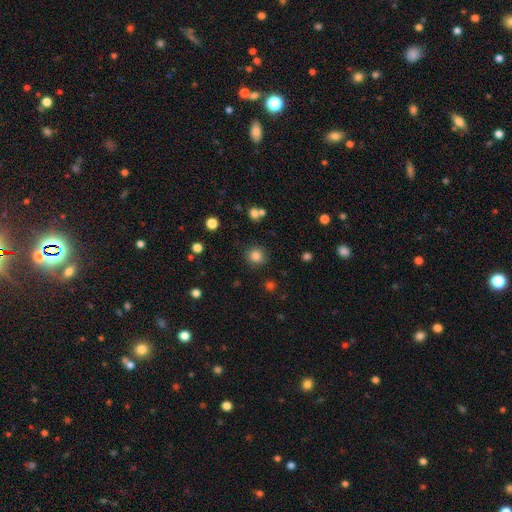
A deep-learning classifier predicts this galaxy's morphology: Smooth or featured?
  - smooth: 84% *
  - star or artifact: 12%
  - featured or disk: 4%
How rounded?
  - round: 91% *
  - in between: 8%
  - cigar-shaped: 1%
Merging?
  - none: 87% *
  - minor disturbance: 8%
  - major disturbance: 3%
  - merger: 3%